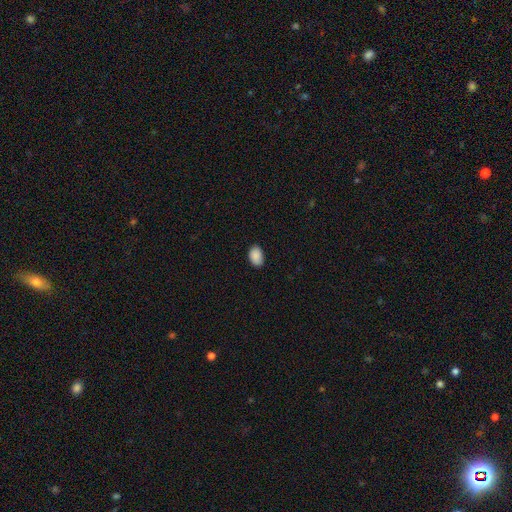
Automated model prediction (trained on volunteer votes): This appears to be a smooth galaxy with no disk features (89%) that is in between round and cigar-shaped (86%). Merging: none (85%).